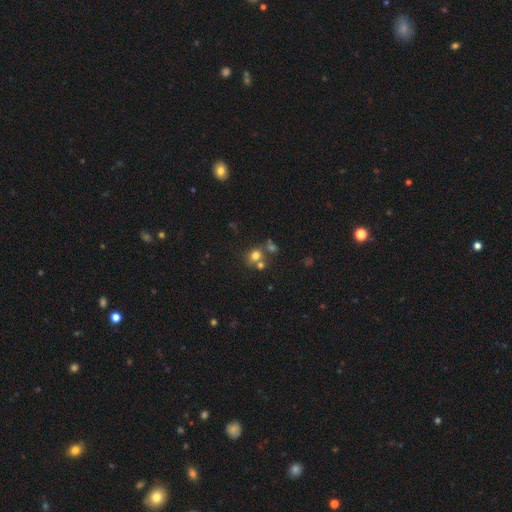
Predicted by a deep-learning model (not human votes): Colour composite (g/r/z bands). It shows a smooth galaxy with no disk features (72%) that is round (74%). Merging: none (54%).